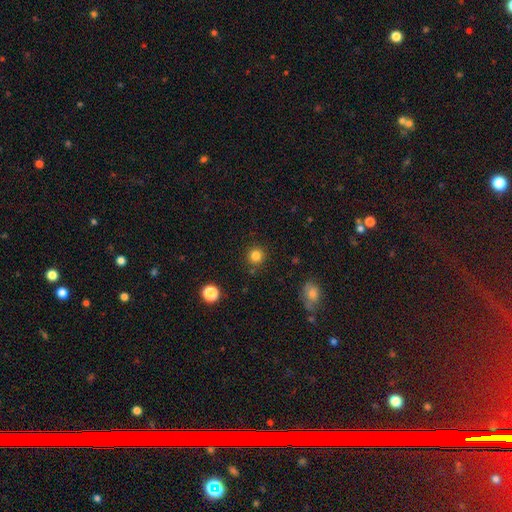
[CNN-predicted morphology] Smooth or featured: smooth — 83% (star or artifact — 13%)
How rounded: round — 93% (in between — 6%)
Merging: none — 88% (minor disturbance — 7%)